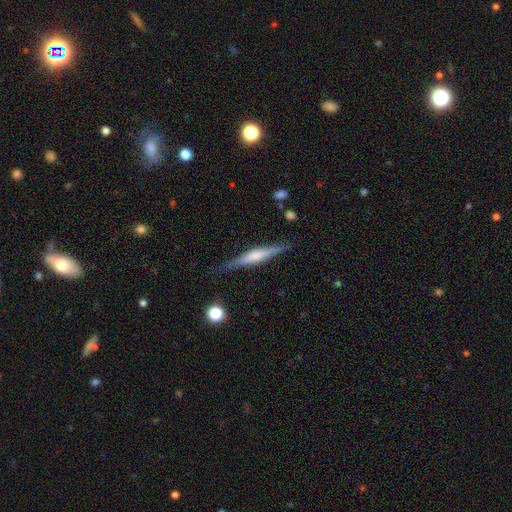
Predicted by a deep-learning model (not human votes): Morphology: type=featured or disk (58%); edge-on=yes (96%); edge-on bulge=rounded (50%); merging=none (82%).